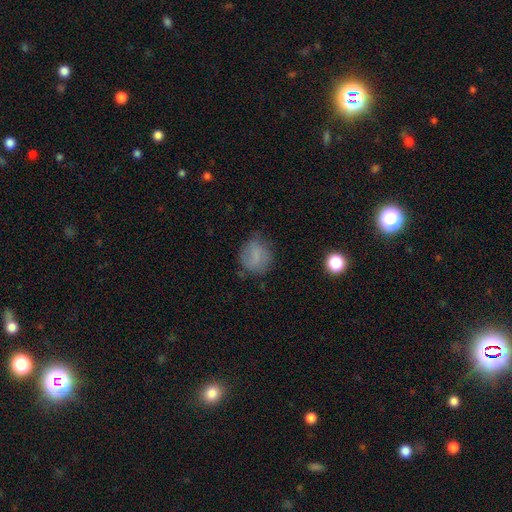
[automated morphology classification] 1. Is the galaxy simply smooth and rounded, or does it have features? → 73% smooth, 16% featured or disk, 11% star or artifact.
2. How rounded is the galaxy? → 70% round, 29% in between, 1% cigar-shaped.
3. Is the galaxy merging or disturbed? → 66% none, 23% minor disturbance, 9% major disturbance, 2% merger.